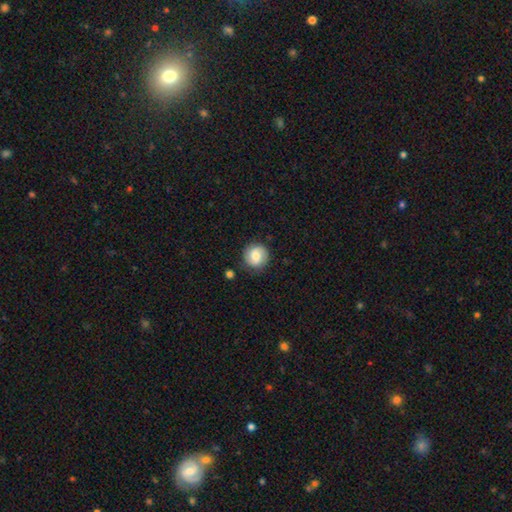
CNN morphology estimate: smooth_or_featured: smooth (p=0.63) [alt: featured or disk p=0.29]
how_rounded: round (p=0.89) [alt: in between p=0.10]
merging: none (p=0.83) [alt: minor disturbance p=0.12]